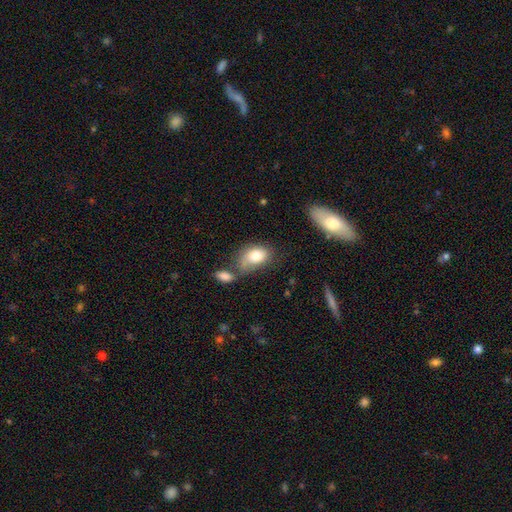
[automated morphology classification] smooth-or-featured: smooth: 79% | featured or disk: 13% | star or artifact: 8%
  how-rounded: in between: 85% | round: 14% | cigar-shaped: 2%
  merging: none: 37% | merger: 25% | minor disturbance: 24% | major disturbance: 13%